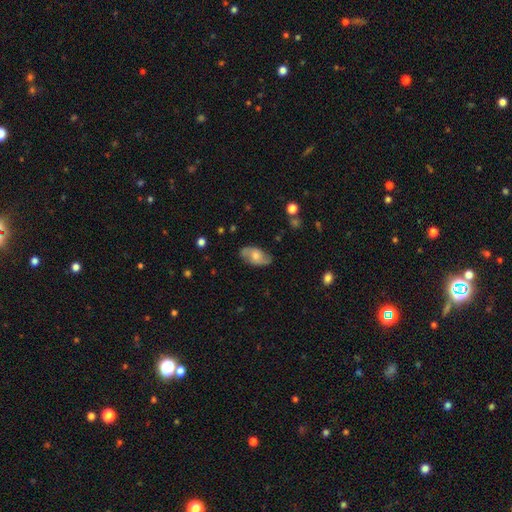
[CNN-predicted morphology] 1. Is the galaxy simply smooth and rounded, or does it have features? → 50% featured or disk, 43% smooth, 7% star or artifact.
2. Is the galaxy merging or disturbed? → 74% none, 19% minor disturbance, 5% major disturbance, 1% merger.